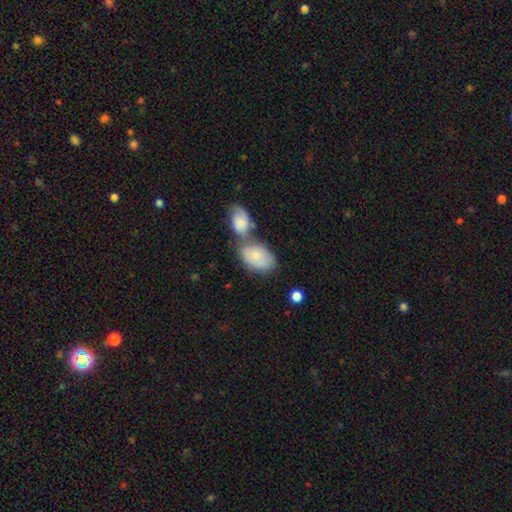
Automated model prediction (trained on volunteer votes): Q: Smooth or featured?
A: smooth (69%); runner-up: featured or disk (24%)
Q: How rounded?
A: in between (88%); runner-up: round (10%)
Q: Merging?
A: merger (55%); runner-up: none (28%)